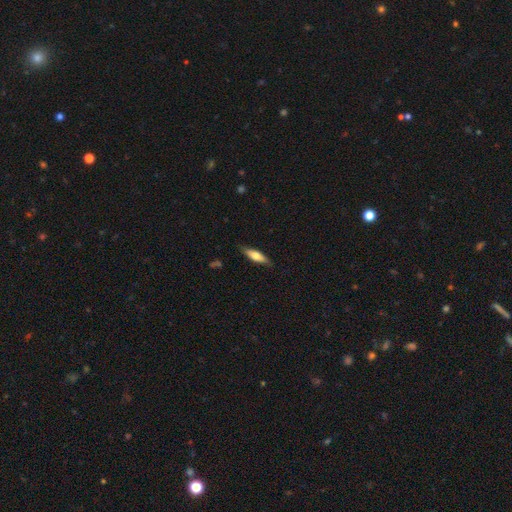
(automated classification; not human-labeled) smooth_or_featured: smooth (p=0.58) [alt: featured or disk p=0.36]
how_rounded: cigar-shaped (p=0.58) [alt: in between p=0.40]
merging: none (p=0.83) [alt: minor disturbance p=0.13]